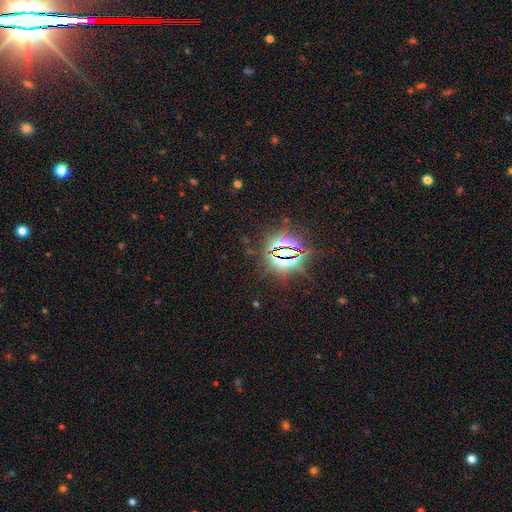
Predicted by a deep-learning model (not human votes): A star or artifact, not a galaxy (85%).

Vote fractions:
- Smooth or featured? star or artifact: 85% / smooth: 9% / featured or disk: 6%